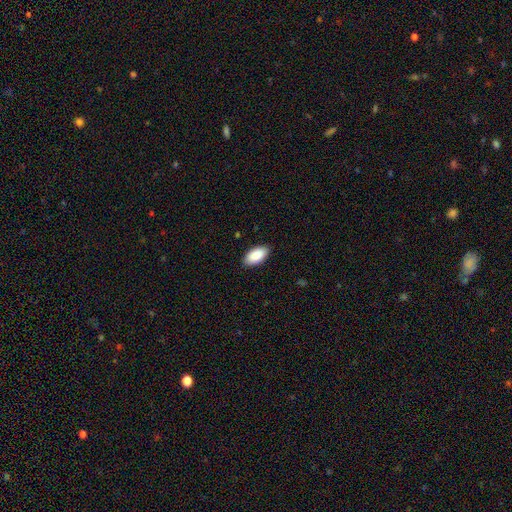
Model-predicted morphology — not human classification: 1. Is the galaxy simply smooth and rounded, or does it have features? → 89% smooth, 6% star or artifact, 5% featured or disk.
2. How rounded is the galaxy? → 94% in between, 4% cigar-shaped, 2% round.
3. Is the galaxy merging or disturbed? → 88% none, 9% minor disturbance, 2% major disturbance, 1% merger.